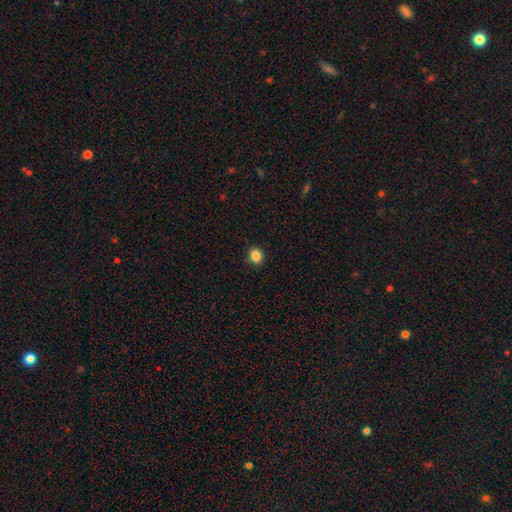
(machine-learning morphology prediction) smooth 86%, star or artifact 10%, featured or disk 4%. Down the decision tree: how rounded — round (64%); merging — none (90%).